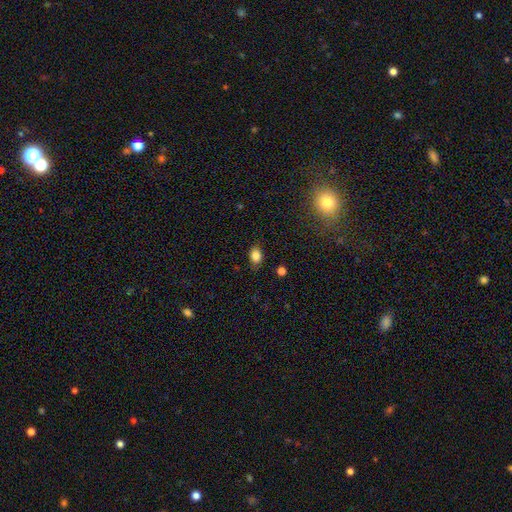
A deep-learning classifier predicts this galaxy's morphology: Q: Smooth or featured?
A: smooth (84%); runner-up: star or artifact (10%)
Q: How rounded?
A: in between (72%); runner-up: round (27%)
Q: Merging?
A: none (81%); runner-up: minor disturbance (14%)